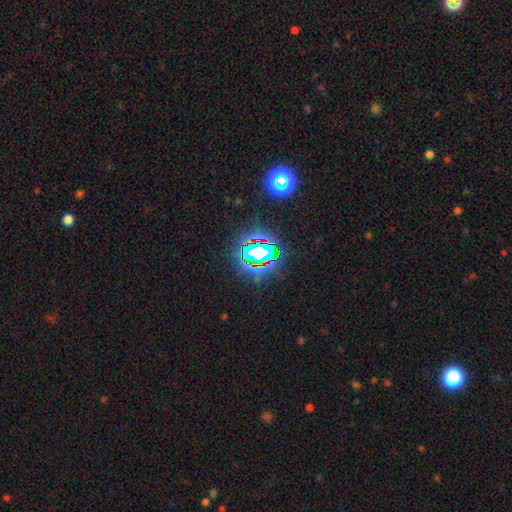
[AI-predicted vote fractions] Smooth or featured: star or artifact — 70% (smooth — 16%)